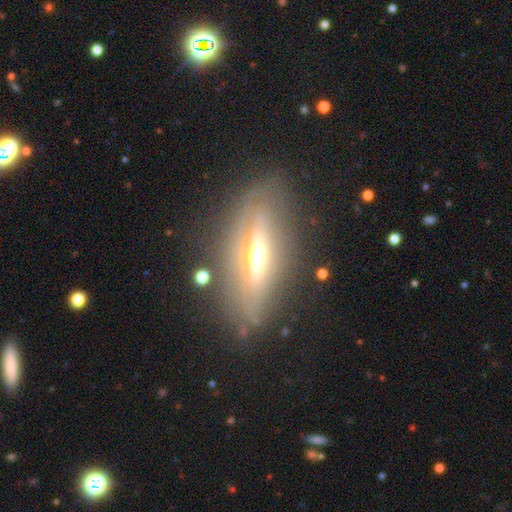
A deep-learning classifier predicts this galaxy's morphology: Smooth or featured: featured or disk — 75% (smooth — 18%)
Edge-on disk: yes — 80% (no — 20%)
Edge-on bulge: rounded — 88% (none — 8%)
Merging: none — 78% (minor disturbance — 14%)